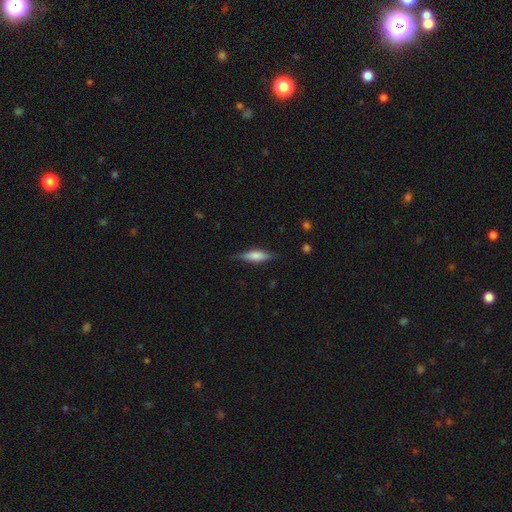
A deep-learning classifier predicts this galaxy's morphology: Q: Smooth or featured?
A: smooth (51%); runner-up: featured or disk (42%)
Q: How rounded?
A: cigar-shaped (60%); runner-up: in between (38%)
Q: Merging?
A: none (78%); runner-up: minor disturbance (17%)